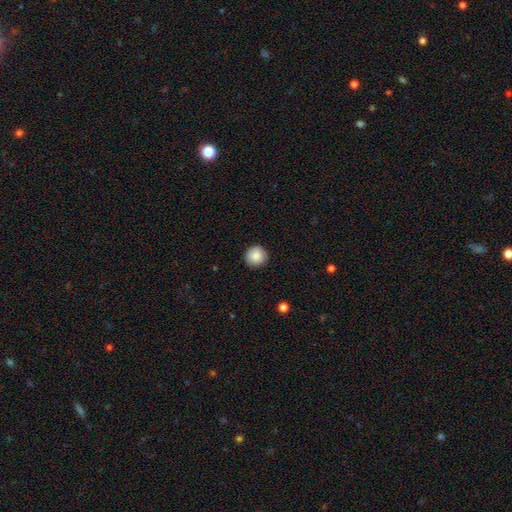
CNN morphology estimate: smooth 87%, star or artifact 8%, featured or disk 5%. Down the decision tree: how rounded — round (94%); merging — none (91%).